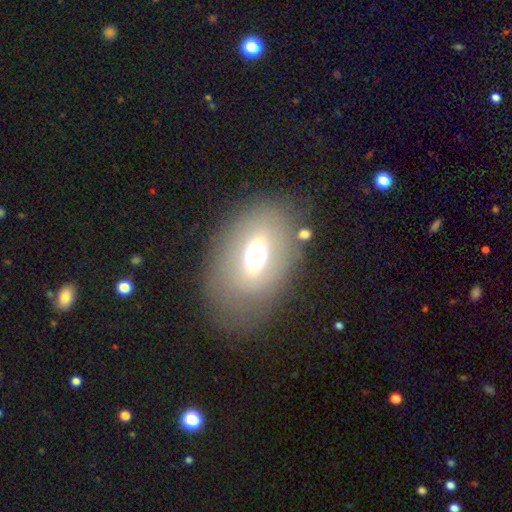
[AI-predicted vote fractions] Smooth or featured: smooth — 56% (featured or disk — 30%)
How rounded: in between — 78% (round — 20%)
Merging: none — 69% (minor disturbance — 15%)